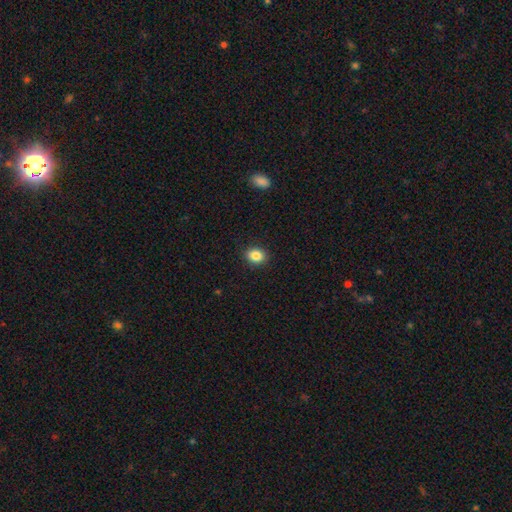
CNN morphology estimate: Q: Smooth or featured?
A: smooth (86%); runner-up: star or artifact (9%)
Q: How rounded?
A: round (53%); runner-up: in between (46%)
Q: Merging?
A: none (90%); runner-up: minor disturbance (7%)